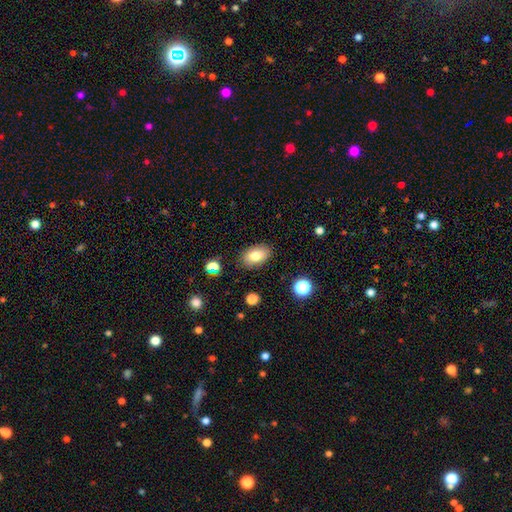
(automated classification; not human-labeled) Smooth or featured: smooth — 79% (featured or disk — 12%)
How rounded: in between — 88% (round — 10%)
Merging: none — 85% (minor disturbance — 10%)